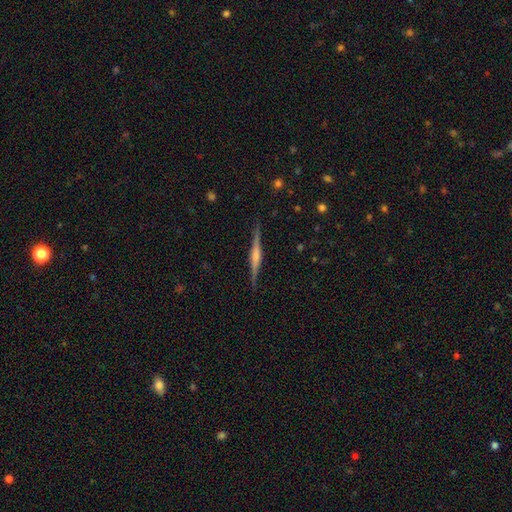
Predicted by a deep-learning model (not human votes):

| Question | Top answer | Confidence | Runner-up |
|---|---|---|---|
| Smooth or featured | featured or disk | 72% | smooth (22%) |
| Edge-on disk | yes | 98% | no (2%) |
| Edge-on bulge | rounded | 54% | boxy (31%) |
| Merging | none | 89% | minor disturbance (8%) |